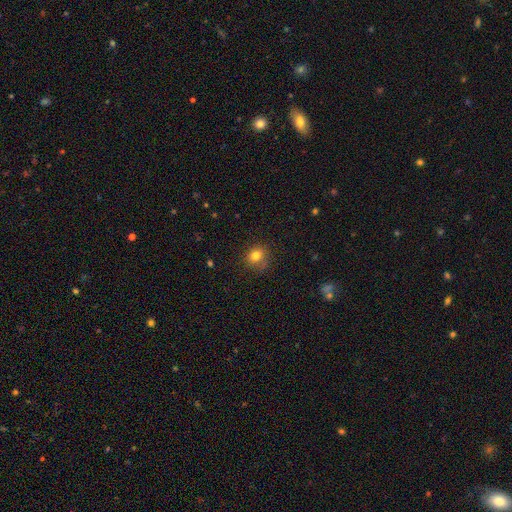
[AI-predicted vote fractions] Q: Smooth or featured?
A: smooth (80%); runner-up: star or artifact (13%)
Q: How rounded?
A: round (75%); runner-up: in between (24%)
Q: Merging?
A: none (77%); runner-up: minor disturbance (16%)